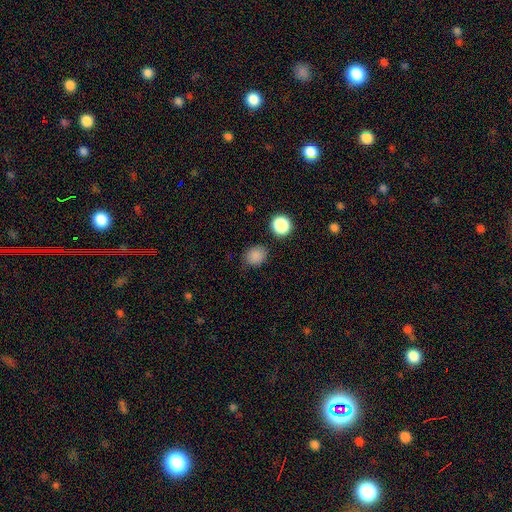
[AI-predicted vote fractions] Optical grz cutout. It shows a smooth galaxy with no disk features (83%) that is round (63%). Merging: none (77%).